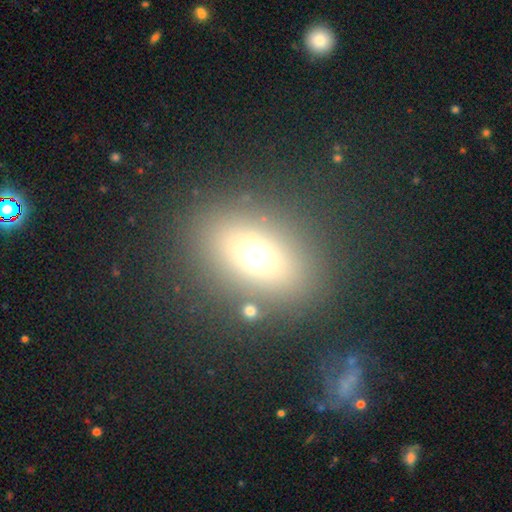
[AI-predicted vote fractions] Smooth or featured: smooth — 63% (featured or disk — 19%)
How rounded: in between — 70% (round — 25%)
Merging: none — 81% (minor disturbance — 9%)